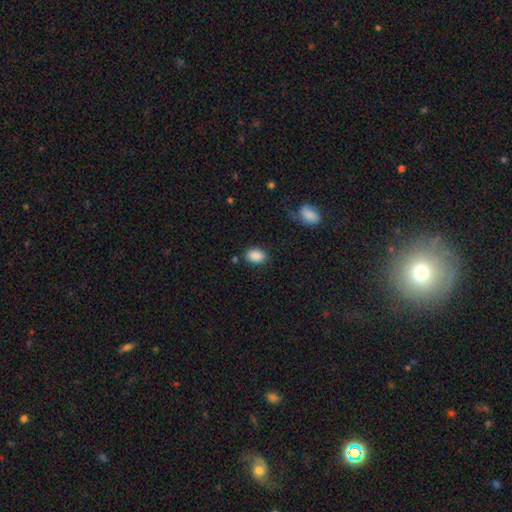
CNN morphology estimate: A smooth galaxy with no disk features (88%) that is in between round and cigar-shaped (83%). Merging: none (80%).